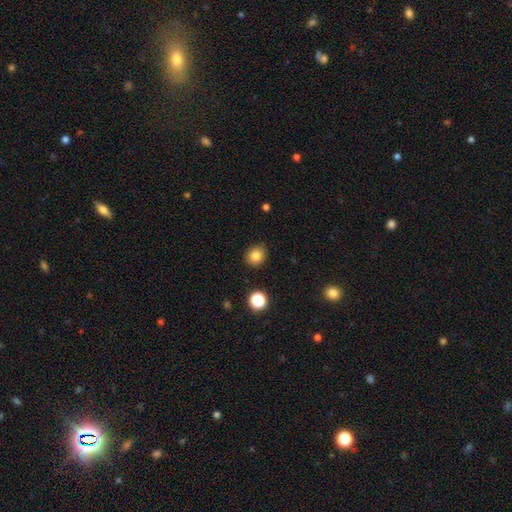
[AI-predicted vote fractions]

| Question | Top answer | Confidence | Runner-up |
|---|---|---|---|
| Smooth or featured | smooth | 83% | star or artifact (12%) |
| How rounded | round | 80% | in between (20%) |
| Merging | none | 88% | minor disturbance (8%) |